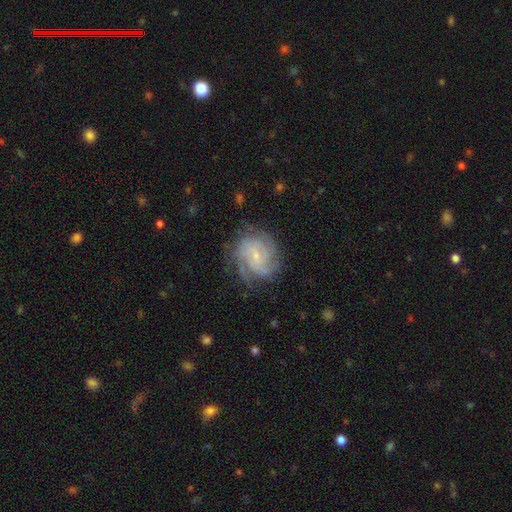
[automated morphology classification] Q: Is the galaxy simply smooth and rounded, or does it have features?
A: featured or disk — 85%.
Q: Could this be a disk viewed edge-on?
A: no — 98%.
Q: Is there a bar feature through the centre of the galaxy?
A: no — 52%.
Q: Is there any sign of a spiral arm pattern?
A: yes — 97%.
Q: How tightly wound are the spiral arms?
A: tight — 64%.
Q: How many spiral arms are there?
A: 3 — 28%.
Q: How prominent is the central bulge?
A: small — 75%.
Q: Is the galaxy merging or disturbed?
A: none — 73%.